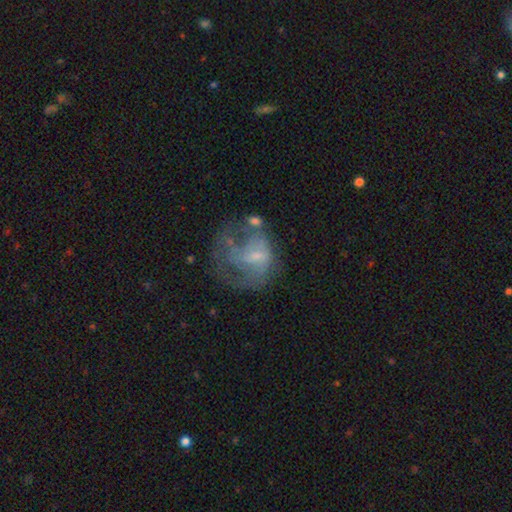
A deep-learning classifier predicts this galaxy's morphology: A featured or disk galaxy (62%) with no bar (54%), spiral arms (53%) and a small central bulge (48%). Merging: major disturbance (40%).